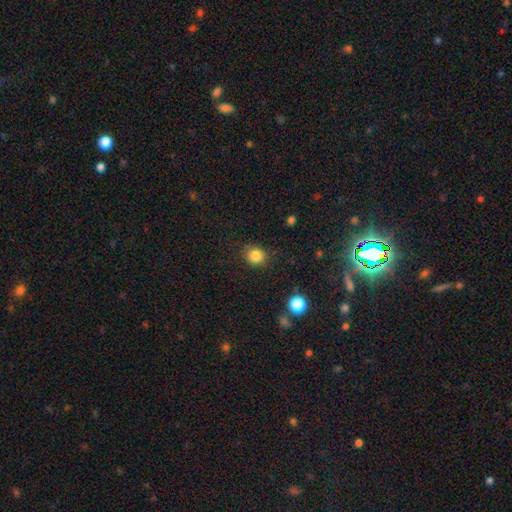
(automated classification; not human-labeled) Smooth or featured?
  - smooth: 84% *
  - star or artifact: 11%
  - featured or disk: 5%
How rounded?
  - round: 83% *
  - in between: 17%
  - cigar-shaped: 1%
Merging?
  - none: 83% *
  - minor disturbance: 13%
  - major disturbance: 3%
  - merger: 1%